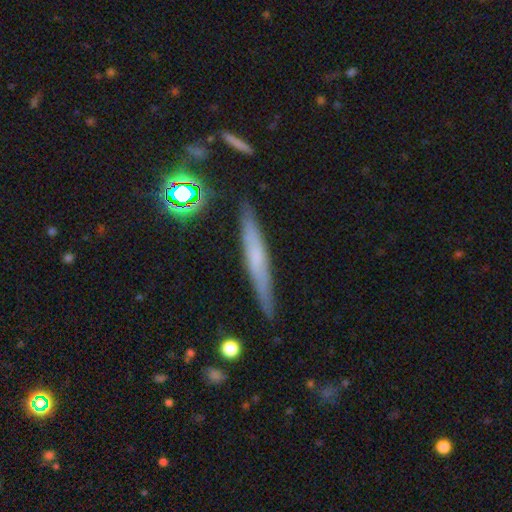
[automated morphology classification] smooth-or-featured: featured or disk: 46% | smooth: 43% | star or artifact: 11%
  merging: none: 88% | minor disturbance: 9% | major disturbance: 2% | merger: 2%